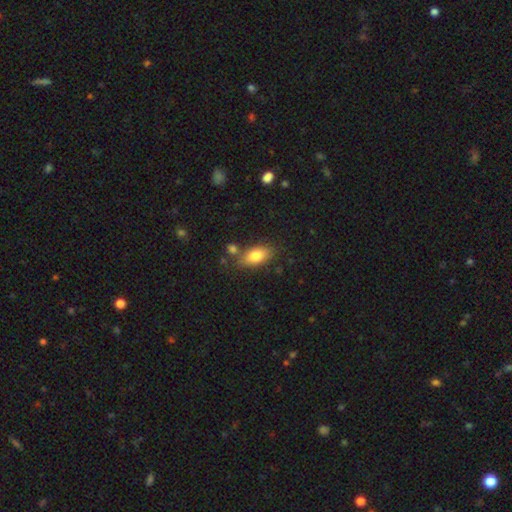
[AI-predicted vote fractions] smooth-or-featured: smooth: 80% | featured or disk: 13% | star or artifact: 7%
  how-rounded: in between: 88% | cigar-shaped: 8% | round: 5%
  merging: none: 73% | minor disturbance: 15% | merger: 8% | major disturbance: 4%